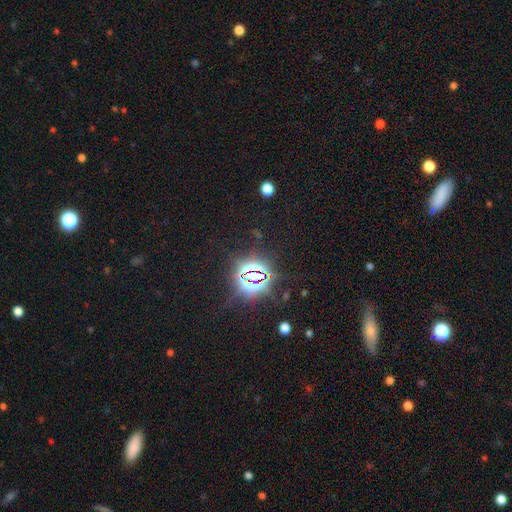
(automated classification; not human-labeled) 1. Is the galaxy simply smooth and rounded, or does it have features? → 80% star or artifact, 12% smooth, 8% featured or disk.